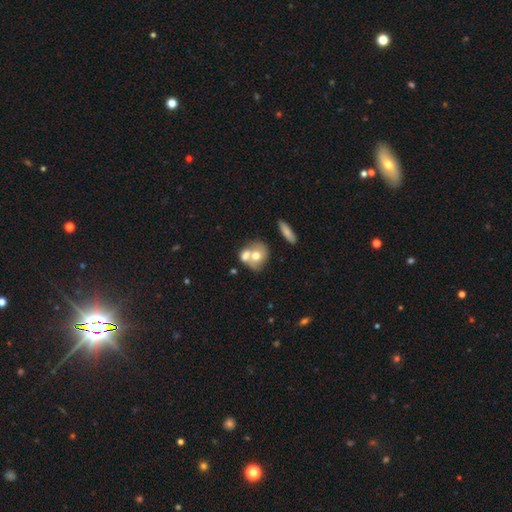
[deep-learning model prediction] A smooth galaxy with no disk features (64%) that is round (61%).

Vote fractions:
- Smooth or featured? smooth: 64% / featured or disk: 27% / star or artifact: 8%
- How rounded? round: 61% / in between: 38% / cigar-shaped: 2%
- Merging? merger: 55% / none: 33% / minor disturbance: 8% / major disturbance: 3%